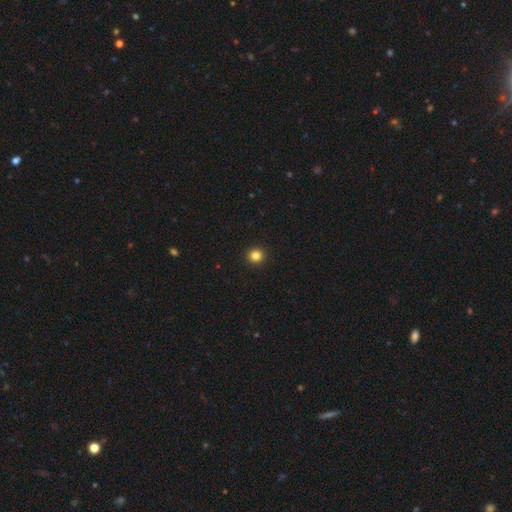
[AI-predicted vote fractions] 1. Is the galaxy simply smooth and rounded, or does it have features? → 83% smooth, 13% star or artifact, 5% featured or disk.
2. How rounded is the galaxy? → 95% round, 4% in between, 1% cigar-shaped.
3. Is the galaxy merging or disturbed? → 94% none, 4% minor disturbance, 1% major disturbance, 1% merger.